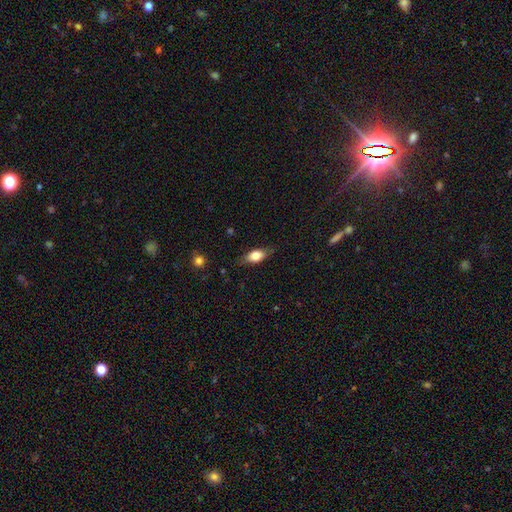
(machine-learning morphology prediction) smooth-or-featured: smooth: 71% | featured or disk: 22% | star or artifact: 8%
  how-rounded: in between: 80% | cigar-shaped: 12% | round: 8%
  merging: none: 77% | minor disturbance: 17% | major disturbance: 4% | merger: 1%